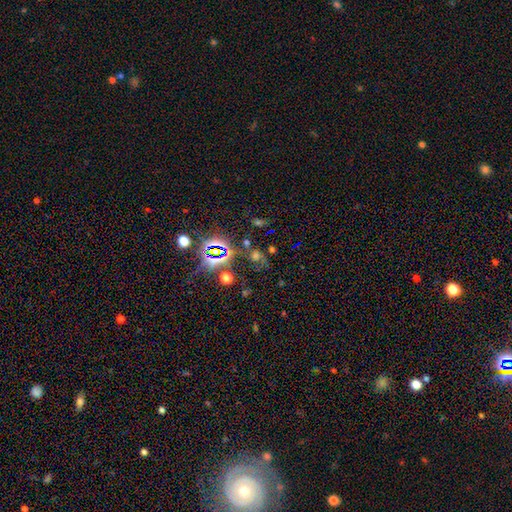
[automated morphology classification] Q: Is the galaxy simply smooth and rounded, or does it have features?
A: star or artifact — 53%.